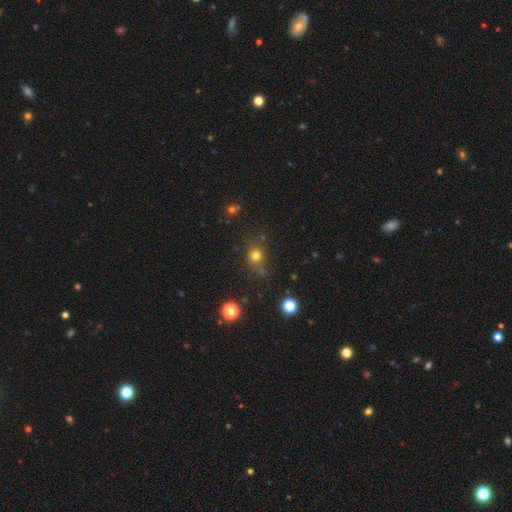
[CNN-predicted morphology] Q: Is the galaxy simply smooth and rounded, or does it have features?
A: smooth — 74%.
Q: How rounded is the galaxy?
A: round — 85%.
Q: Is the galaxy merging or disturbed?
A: none — 72%.